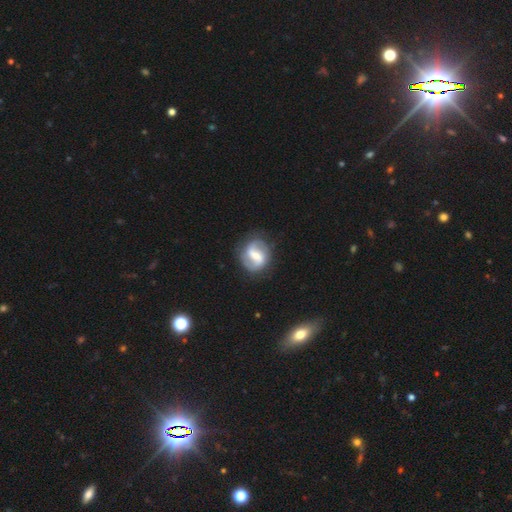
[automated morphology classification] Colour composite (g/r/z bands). It shows a featured or disk galaxy (79%) with a strong bar (47%), 2 (88%) medium (45%) spiral arms (91%) and a moderate central bulge (42%). Merging: none (78%).